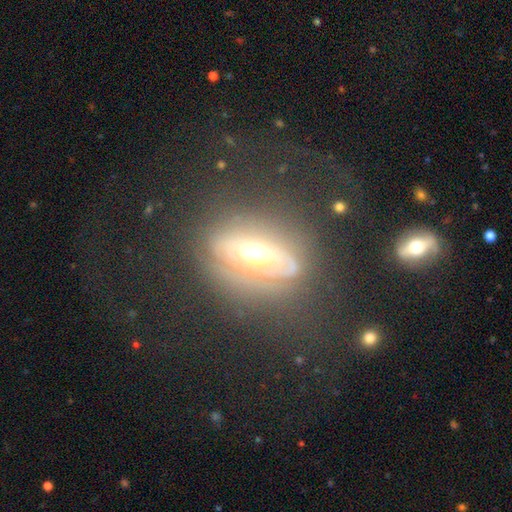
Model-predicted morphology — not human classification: Smooth or featured: featured or disk — 70% (smooth — 21%)
Edge-on disk: no — 64% (yes — 36%)
Merging: none — 45% (major disturbance — 32%)